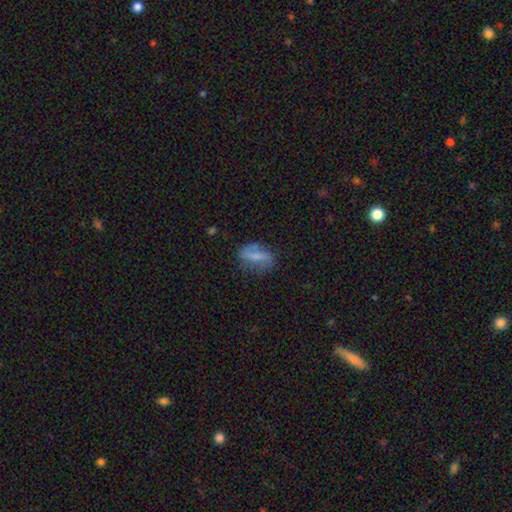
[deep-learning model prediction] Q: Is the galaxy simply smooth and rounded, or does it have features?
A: featured or disk — 47%.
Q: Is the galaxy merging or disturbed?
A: none — 59%.